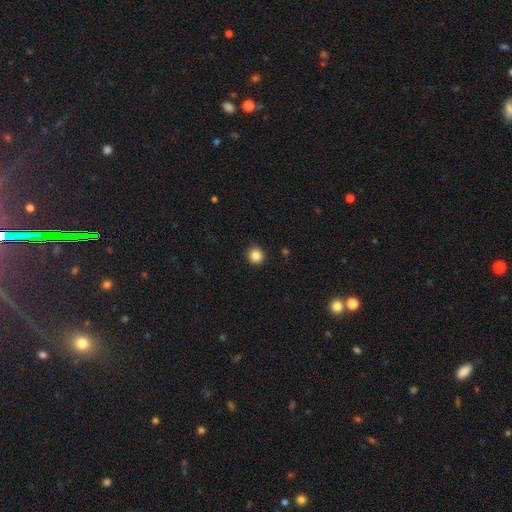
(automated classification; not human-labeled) The model was most divided on "smooth or featured": smooth: 85%, star or artifact: 11%, featured or disk: 5%. More confident: how rounded — round (94%); merging — none (90%).